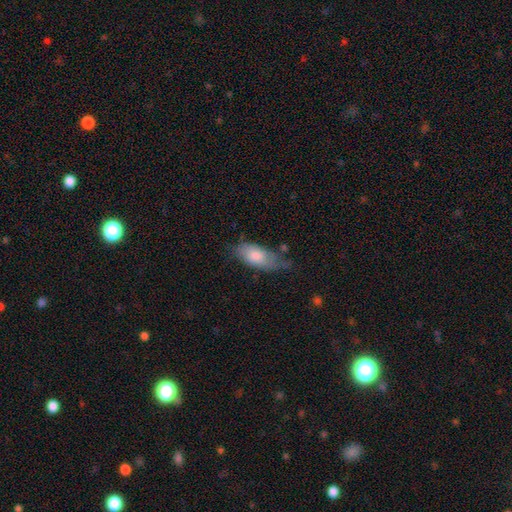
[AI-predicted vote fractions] smooth_or_featured: smooth (p=0.76) [alt: featured or disk p=0.18]
how_rounded: in between (p=0.85) [alt: cigar-shaped p=0.12]
merging: none (p=0.43) [alt: minor disturbance p=0.38]